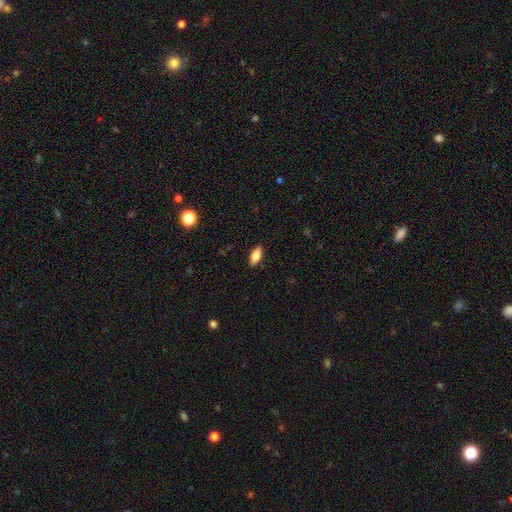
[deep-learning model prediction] Smooth or featured? Predicted: smooth (p=0.75). How rounded? Predicted: in between (p=0.81). Merging? Predicted: none (p=0.88).